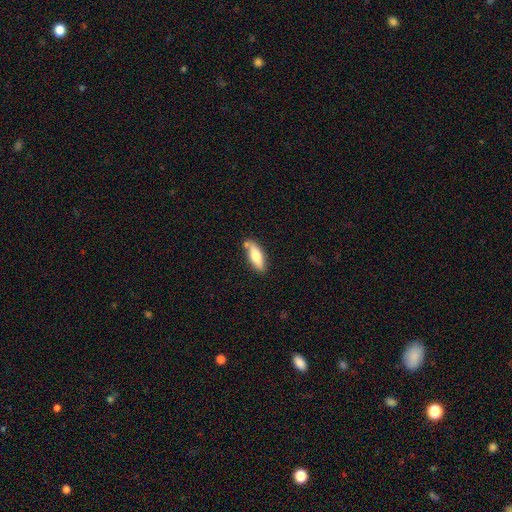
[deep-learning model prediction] Q: Smooth or featured?
A: smooth (68%); runner-up: featured or disk (27%)
Q: How rounded?
A: in between (55%); runner-up: cigar-shaped (43%)
Q: Merging?
A: none (74%); runner-up: minor disturbance (16%)